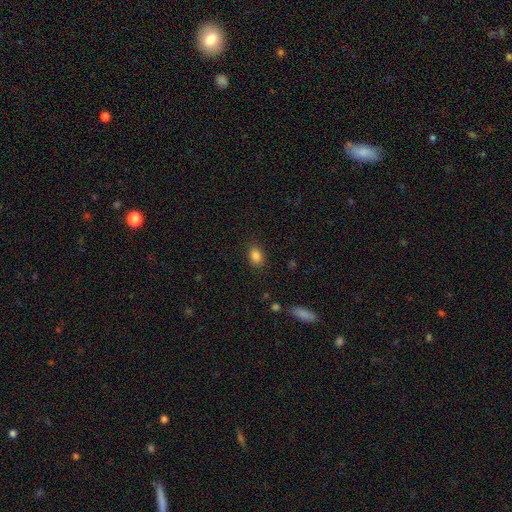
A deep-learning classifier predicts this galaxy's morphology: Q: Smooth or featured?
A: smooth (85%); runner-up: star or artifact (11%)
Q: How rounded?
A: in between (73%); runner-up: round (25%)
Q: Merging?
A: none (85%); runner-up: minor disturbance (11%)